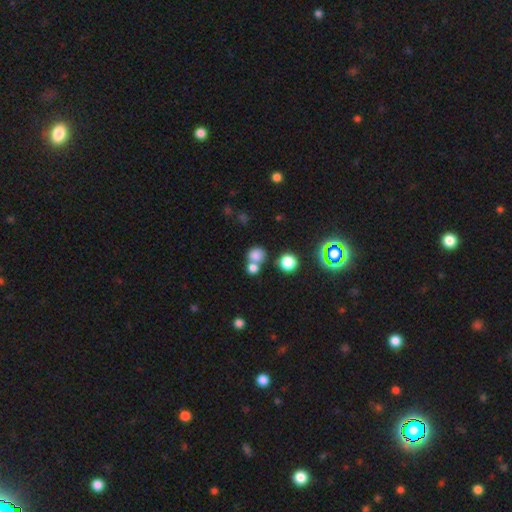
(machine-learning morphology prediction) The model was most divided on "merging": none: 46%, merger: 43%, minor disturbance: 8%, major disturbance: 4%. More confident: how rounded — round (80%); smooth or featured — smooth (76%).